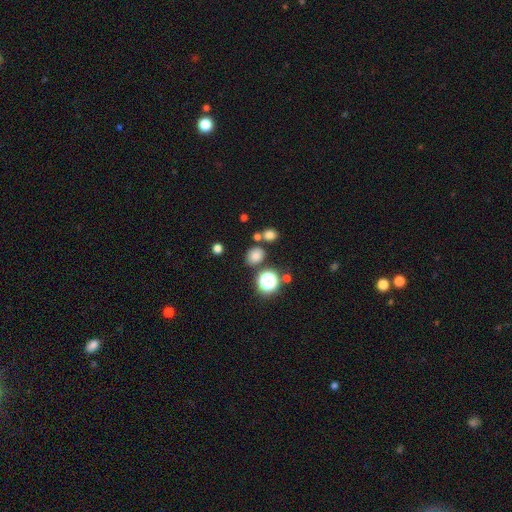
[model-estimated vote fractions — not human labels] smooth_or_featured: smooth (p=0.73) [alt: star or artifact p=0.21]
how_rounded: round (p=0.65) [alt: in between p=0.34]
merging: none (p=0.73) [alt: merger p=0.13]